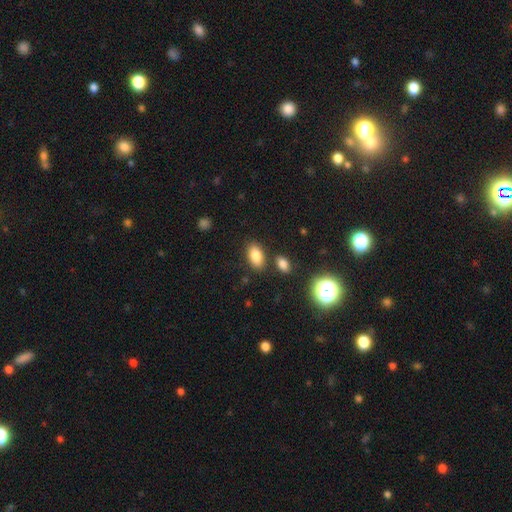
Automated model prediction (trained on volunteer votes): A smooth galaxy with no disk features (83%) that is in between round and cigar-shaped (90%). Merging: none (80%).